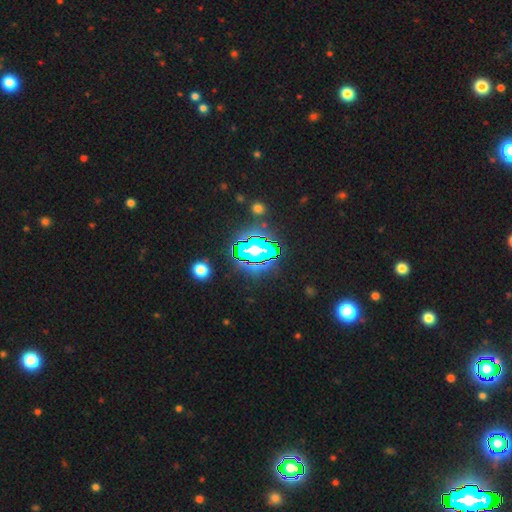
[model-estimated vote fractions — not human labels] Overall: star or artifact (81%).